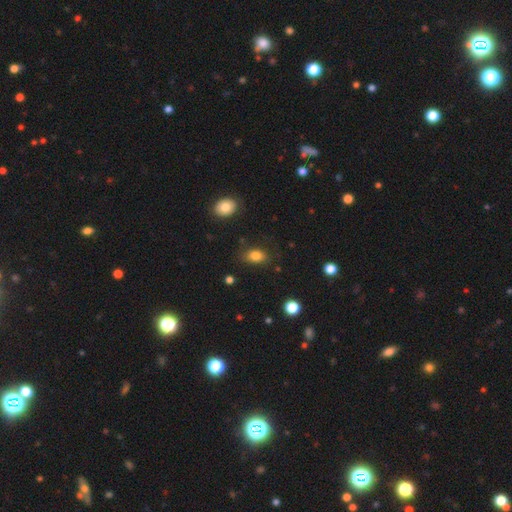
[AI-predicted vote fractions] This appears to be a smooth galaxy with no disk features (82%) that is in between round and cigar-shaped (81%). Merging: none (79%).